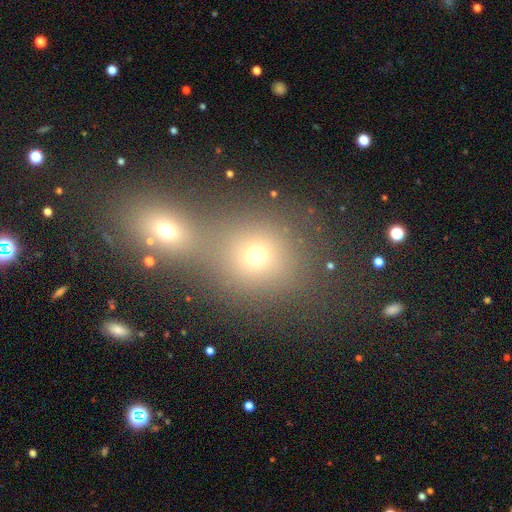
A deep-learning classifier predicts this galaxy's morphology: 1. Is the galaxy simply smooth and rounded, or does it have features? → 61% smooth, 26% star or artifact, 13% featured or disk.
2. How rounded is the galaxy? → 78% round, 21% in between, 1% cigar-shaped.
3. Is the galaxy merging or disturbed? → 53% merger, 37% none, 6% minor disturbance, 4% major disturbance.